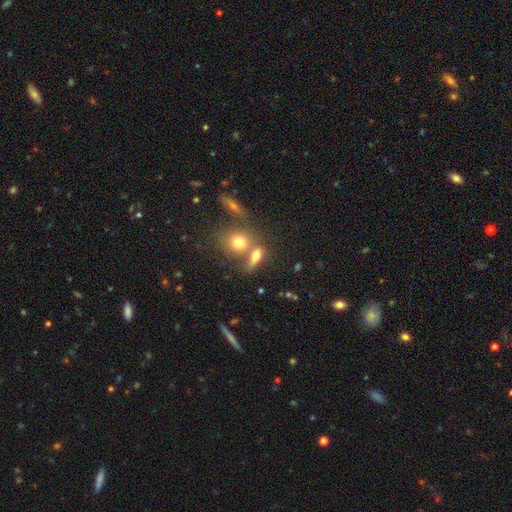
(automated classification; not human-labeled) Smooth or featured: smooth — 72% (featured or disk — 16%)
How rounded: in between — 60% (round — 27%)
Merging: merger — 43% (none — 41%)